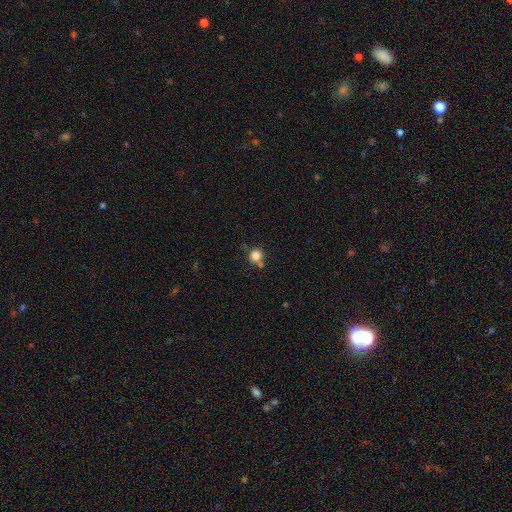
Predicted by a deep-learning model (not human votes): Smooth or featured: smooth — 82% (star or artifact — 12%)
How rounded: round — 93% (in between — 6%)
Merging: none — 71% (merger — 14%)